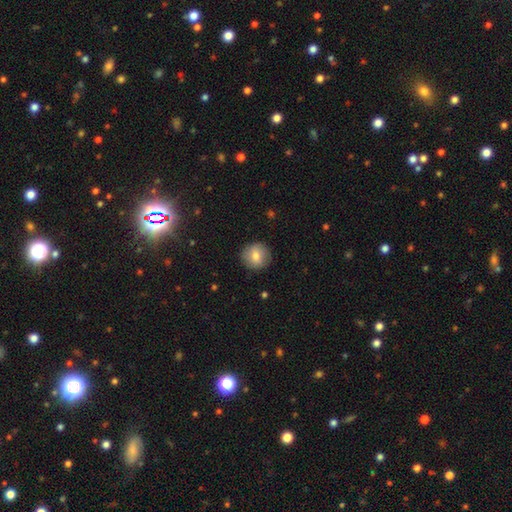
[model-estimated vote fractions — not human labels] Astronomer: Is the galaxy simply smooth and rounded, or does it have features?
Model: smooth — 75%.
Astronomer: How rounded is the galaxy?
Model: round — 92%.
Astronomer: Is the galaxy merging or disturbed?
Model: none — 88%.